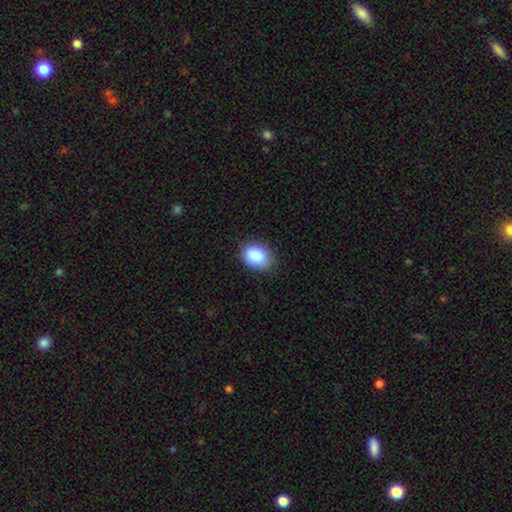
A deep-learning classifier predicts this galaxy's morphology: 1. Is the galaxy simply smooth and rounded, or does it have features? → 86% smooth, 8% star or artifact, 6% featured or disk.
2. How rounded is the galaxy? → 73% in between, 26% round, 1% cigar-shaped.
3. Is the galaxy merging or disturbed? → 84% none, 12% minor disturbance, 2% major disturbance, 1% merger.